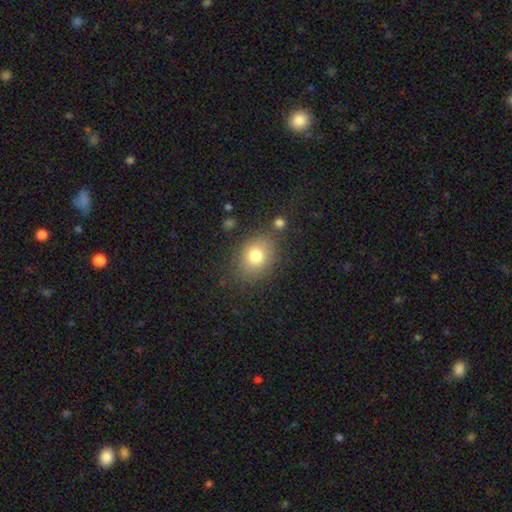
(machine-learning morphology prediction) The model was most divided on "how rounded": in between: 56%, round: 43%, cigar-shaped: 1%. More confident: smooth or featured — smooth (79%); merging — none (76%).